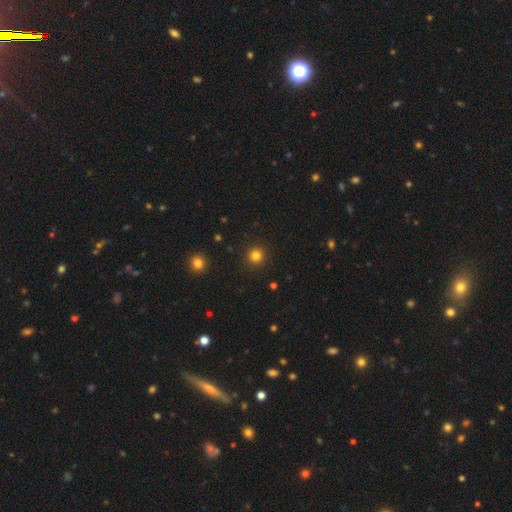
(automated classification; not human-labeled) The model was most divided on "smooth or featured": smooth: 81%, star or artifact: 14%, featured or disk: 5%. More confident: how rounded — round (95%); merging — none (92%).